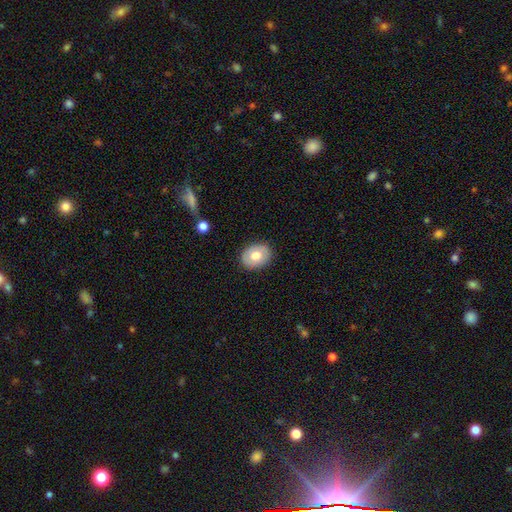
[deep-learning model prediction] Q: Smooth or featured?
A: smooth (67%); runner-up: featured or disk (25%)
Q: How rounded?
A: in between (57%); runner-up: round (42%)
Q: Merging?
A: none (86%); runner-up: minor disturbance (10%)